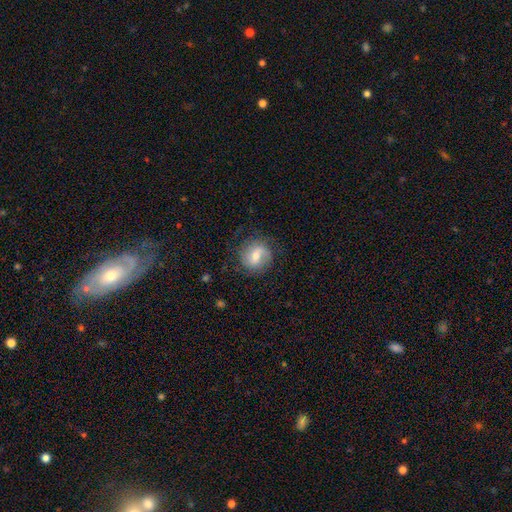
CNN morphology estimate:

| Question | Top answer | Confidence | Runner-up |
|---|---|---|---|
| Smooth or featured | featured or disk | 47% | smooth (45%) |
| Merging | none | 75% | minor disturbance (16%) |